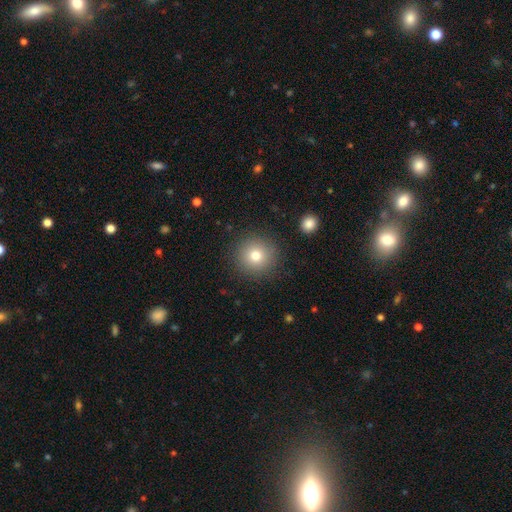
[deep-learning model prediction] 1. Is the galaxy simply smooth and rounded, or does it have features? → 77% smooth, 13% star or artifact, 11% featured or disk.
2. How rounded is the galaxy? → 95% round, 4% in between, 1% cigar-shaped.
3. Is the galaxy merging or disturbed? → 89% none, 6% minor disturbance, 3% major disturbance, 1% merger.